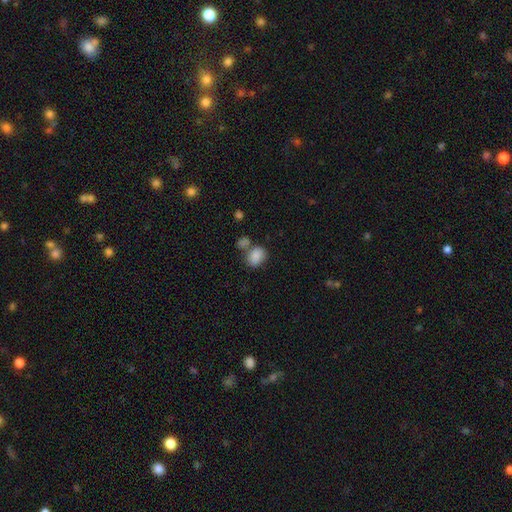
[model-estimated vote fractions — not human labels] Q: Smooth or featured?
A: smooth (85%); runner-up: star or artifact (9%)
Q: How rounded?
A: in between (66%); runner-up: round (33%)
Q: Merging?
A: none (50%); runner-up: merger (30%)